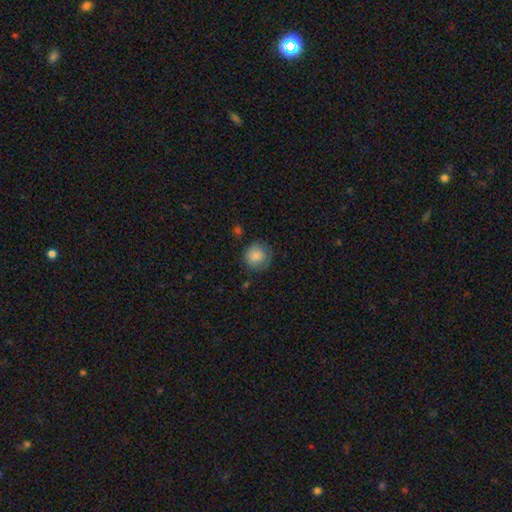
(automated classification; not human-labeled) This appears to be a smooth galaxy with no disk features (86%) that is round (92%). Merging: none (82%).